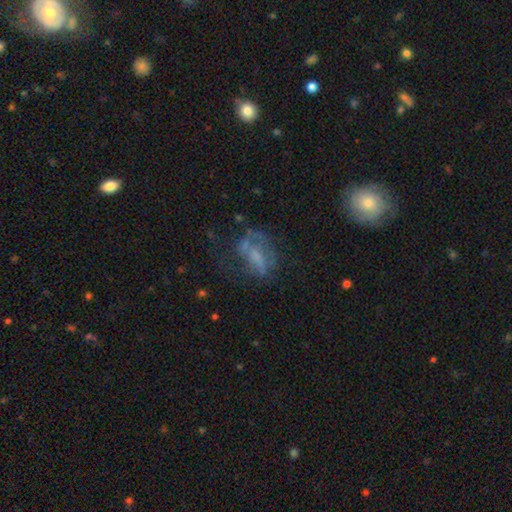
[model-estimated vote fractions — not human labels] A featured or disk galaxy (52%). Merging: none (40%).